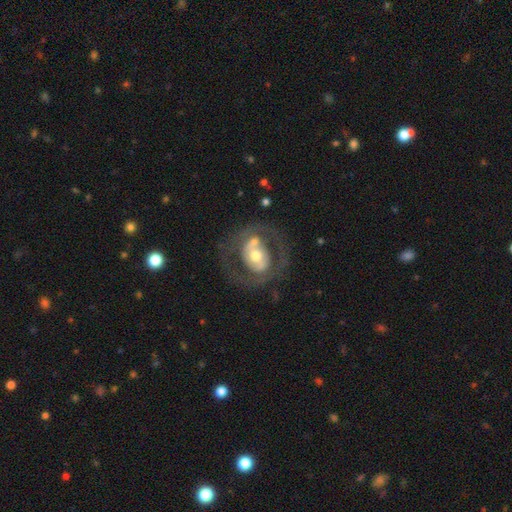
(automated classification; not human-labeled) smooth_or_featured: featured or disk (p=0.69) [alt: smooth p=0.25]
disk_edge_on: no (p=0.95) [alt: yes p=0.05]
bar: no (p=0.60) [alt: weak p=0.25]
has_spiral_arms: no (p=0.60) [alt: yes p=0.40]
bulge_size: moderate (p=0.68) [alt: small p=0.18]
merging: none (p=0.63) [alt: major disturbance p=0.16]